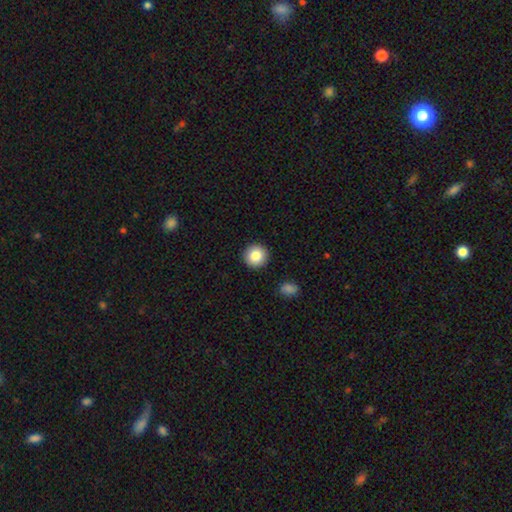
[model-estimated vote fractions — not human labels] This is clearly a smooth galaxy (84%). How rounded: clearly round (95%). Merging: clearly none (92%).